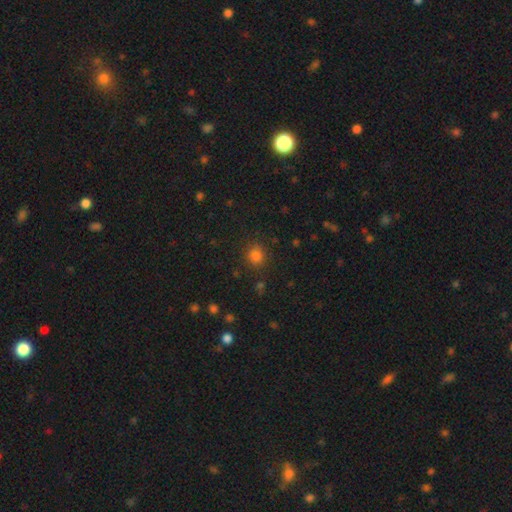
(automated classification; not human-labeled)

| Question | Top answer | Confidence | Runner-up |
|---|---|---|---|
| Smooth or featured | smooth | 80% | star or artifact (15%) |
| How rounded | round | 83% | in between (16%) |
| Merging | none | 87% | minor disturbance (8%) |